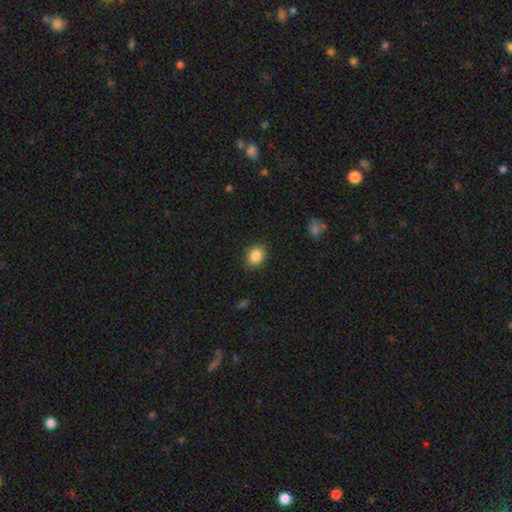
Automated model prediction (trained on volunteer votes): smooth_or_featured: smooth (p=0.86) [alt: star or artifact p=0.09]
how_rounded: in between (p=0.57) [alt: round p=0.42]
merging: none (p=0.85) [alt: minor disturbance p=0.12]